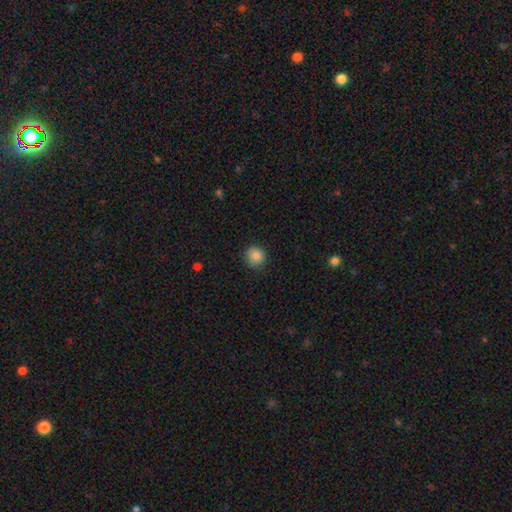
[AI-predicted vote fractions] Q: Smooth or featured?
A: smooth (86%); runner-up: star or artifact (10%)
Q: How rounded?
A: round (91%); runner-up: in between (8%)
Q: Merging?
A: none (88%); runner-up: minor disturbance (8%)